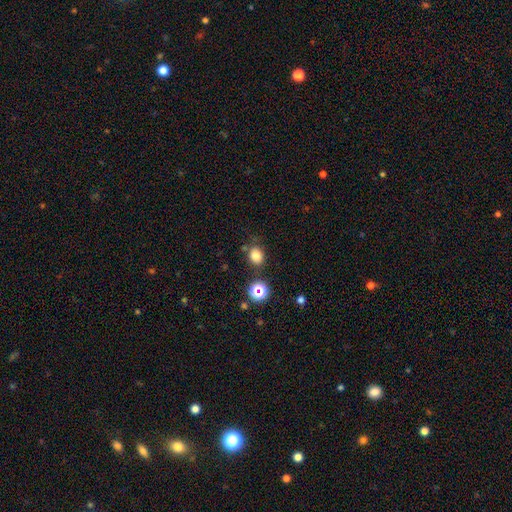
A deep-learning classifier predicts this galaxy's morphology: The model was most divided on "how rounded": round: 59%, in between: 40%, cigar-shaped: 1%. More confident: smooth or featured — smooth (78%); merging — none (75%).